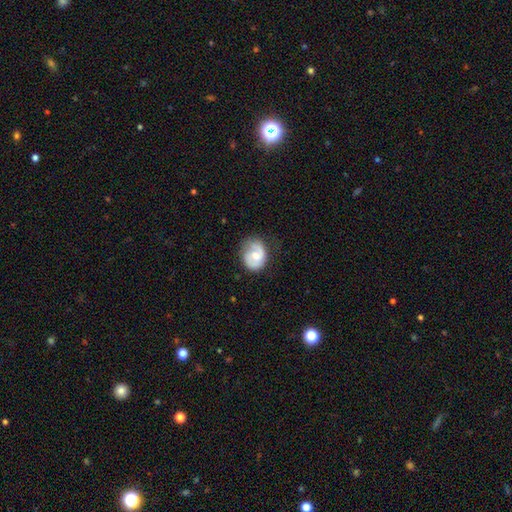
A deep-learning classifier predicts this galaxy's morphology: Smooth or featured?
  - featured or disk: 56% *
  - smooth: 38%
  - star or artifact: 6%
Edge-on disk?
  - no: 97% *
  - yes: 3%
Bar?
  - no: 61% *
  - weak: 32%
  - strong: 7%
Spiral arms?
  - yes: 76% *
  - no: 24%
Bulge size?
  - moderate: 64% *
  - small: 30%
  - large: 3%
  - none: 2%
  - dominant: 1%
Merging?
  - none: 61% *
  - minor disturbance: 27%
  - major disturbance: 10%
  - merger: 1%